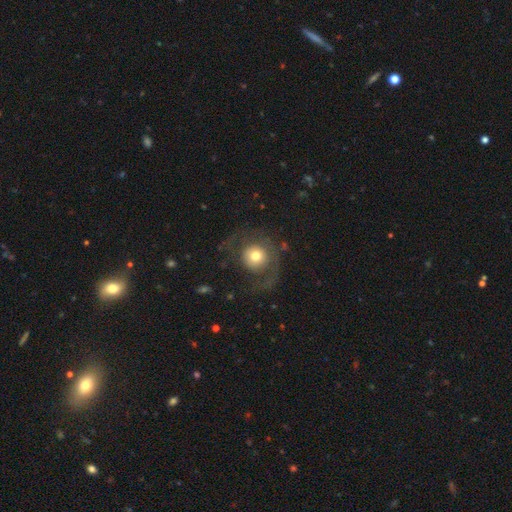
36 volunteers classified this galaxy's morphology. A smooth galaxy with no disk features (67%) that is round (88%). Merging: none (43%).